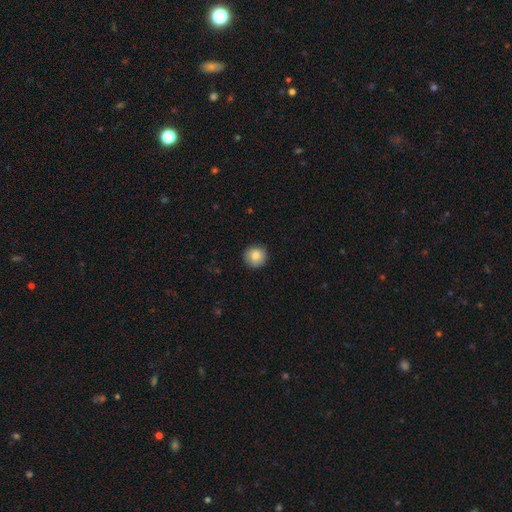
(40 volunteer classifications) Volunteers were most divided on "merging": none: 81%, minor disturbance: 14%, major disturbance: 3%, merger: 3%. More confident: how rounded — round (100%); smooth or featured — smooth (85%).